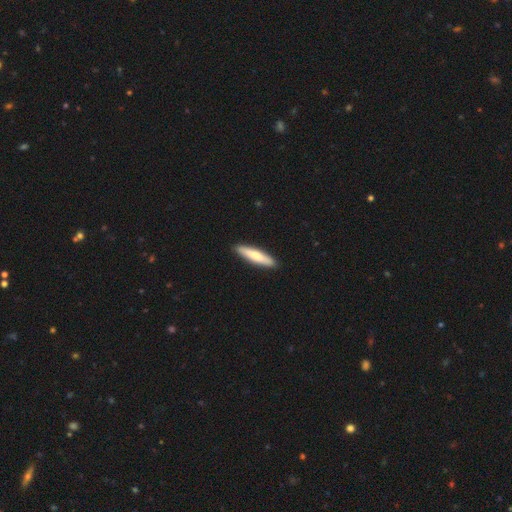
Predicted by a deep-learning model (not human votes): smooth_or_featured: smooth (p=0.66) [alt: featured or disk p=0.29]
how_rounded: cigar-shaped (p=0.84) [alt: in between p=0.15]
merging: none (p=0.91) [alt: minor disturbance p=0.07]